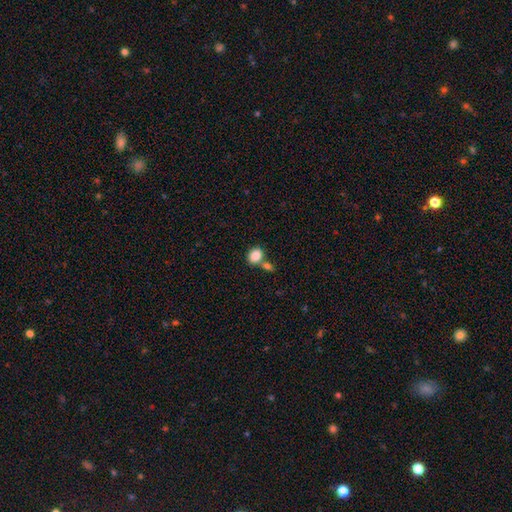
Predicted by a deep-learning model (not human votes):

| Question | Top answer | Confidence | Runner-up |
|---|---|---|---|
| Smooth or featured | smooth | 86% | star or artifact (8%) |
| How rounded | in between | 63% | round (35%) |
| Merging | none | 49% | merger (35%) |